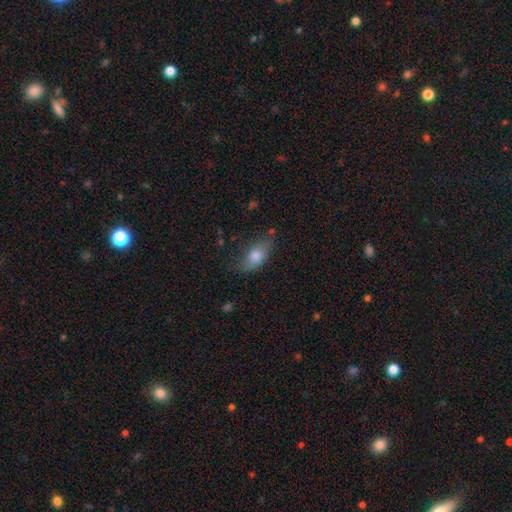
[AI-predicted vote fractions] A smooth galaxy with no disk features (75%) that is in between round and cigar-shaped (86%).

Vote fractions:
- Smooth or featured? smooth: 75% / featured or disk: 17% / star or artifact: 8%
- How rounded? in between: 86% / cigar-shaped: 7% / round: 7%
- Merging? none: 65% / minor disturbance: 26% / major disturbance: 7% / merger: 2%